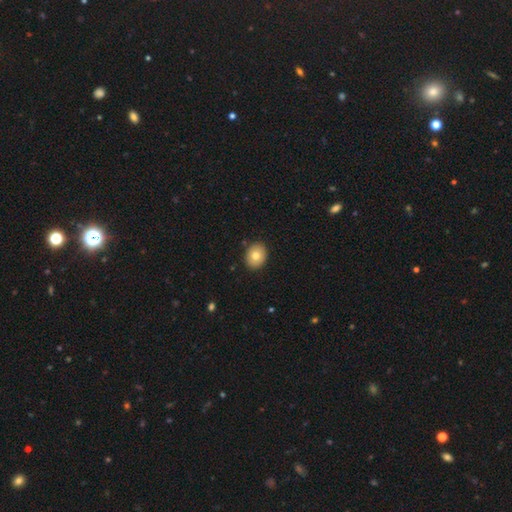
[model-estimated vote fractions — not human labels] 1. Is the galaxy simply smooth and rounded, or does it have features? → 78% smooth, 13% featured or disk, 8% star or artifact.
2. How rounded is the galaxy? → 51% round, 48% in between, 1% cigar-shaped.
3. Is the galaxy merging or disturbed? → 89% none, 8% minor disturbance, 2% major disturbance, 1% merger.